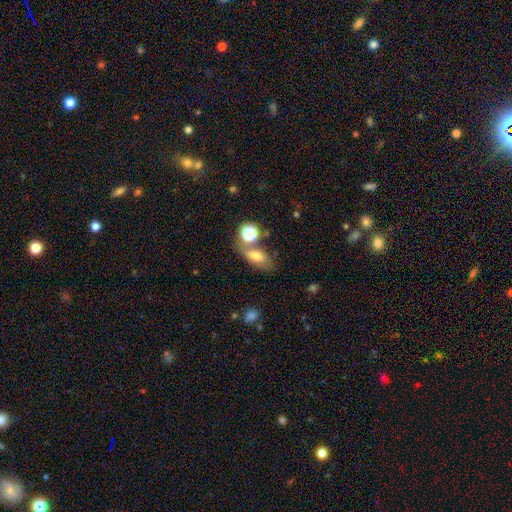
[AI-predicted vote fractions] A smooth galaxy with no disk features (64%) that is in between round and cigar-shaped (76%).

Vote fractions:
- Smooth or featured? smooth: 64% / featured or disk: 20% / star or artifact: 16%
- How rounded? in between: 76% / round: 14% / cigar-shaped: 10%
- Merging? none: 53% / merger: 21% / minor disturbance: 17% / major disturbance: 9%